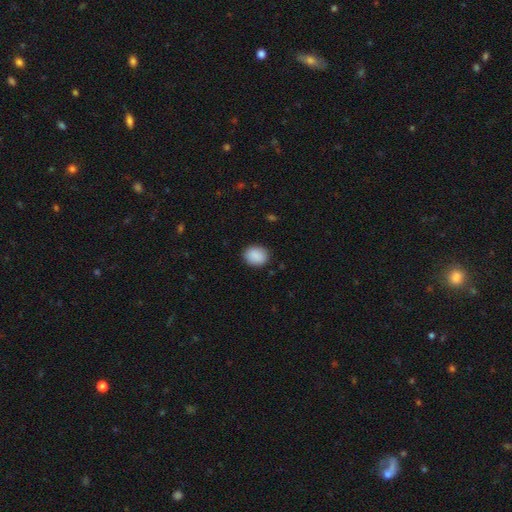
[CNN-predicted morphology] Smooth or featured: smooth — 90% (star or artifact — 7%)
How rounded: round — 53% (in between — 47%)
Merging: none — 88% (minor disturbance — 9%)